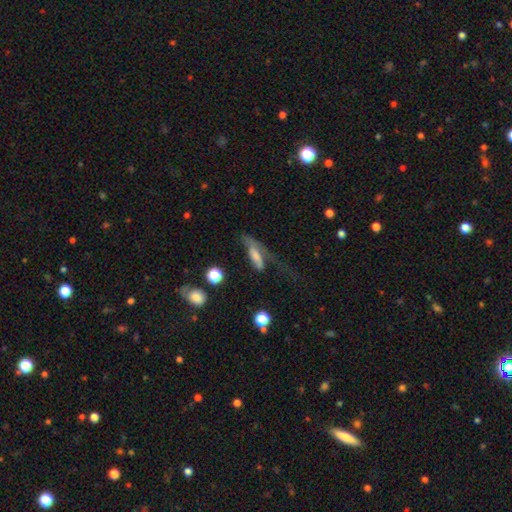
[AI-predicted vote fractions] The model was most divided on "how rounded": in between: 51%, cigar-shaped: 44%, round: 4%. More confident: smooth or featured — smooth (56%); merging — major disturbance (55%).